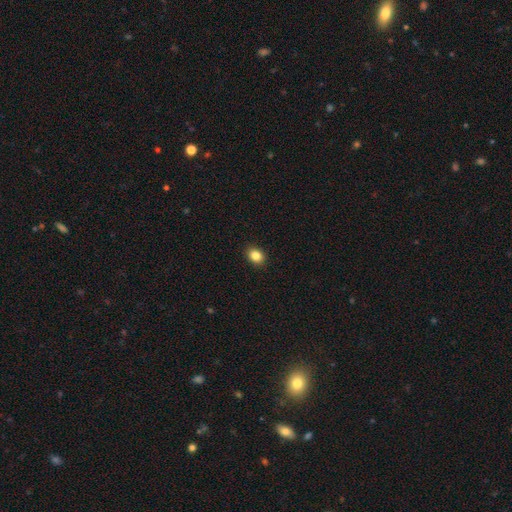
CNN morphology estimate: smooth_or_featured: smooth (p=0.85) [alt: star or artifact p=0.10]
how_rounded: in between (p=0.50) [alt: round p=0.49]
merging: none (p=0.91) [alt: minor disturbance p=0.06]